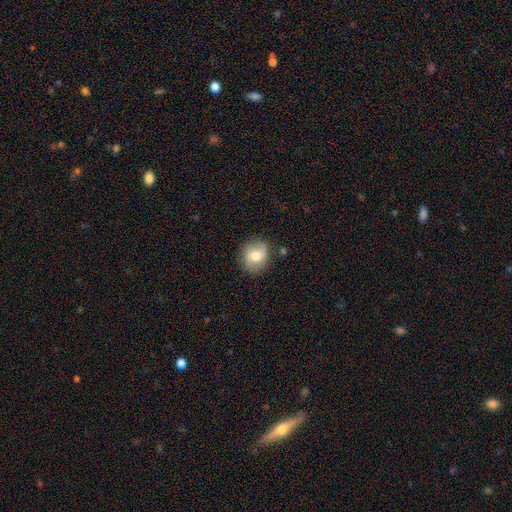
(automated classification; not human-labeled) The model was most divided on "smooth or featured": featured or disk: 48%, smooth: 43%, star or artifact: 9%. More confident: merging — none (78%).